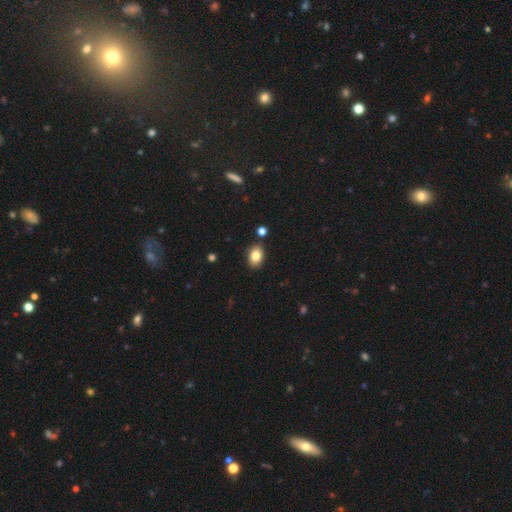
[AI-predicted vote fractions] Morphology: type=smooth (84%); roundness=in between (80%); merging=none (86%).